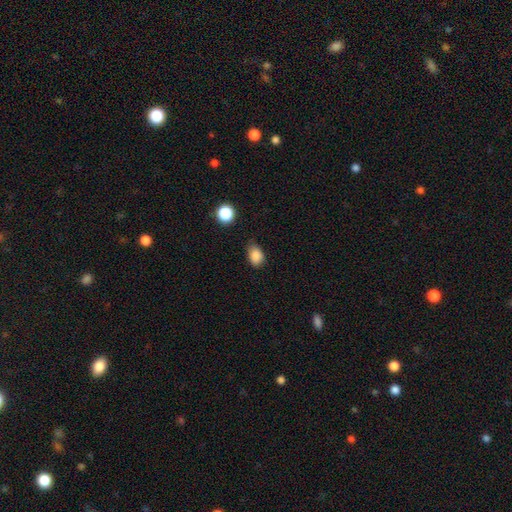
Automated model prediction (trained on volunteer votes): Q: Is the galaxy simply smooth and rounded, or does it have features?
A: smooth — 86%.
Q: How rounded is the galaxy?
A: in between — 76%.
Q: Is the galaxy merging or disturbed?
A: none — 69%.